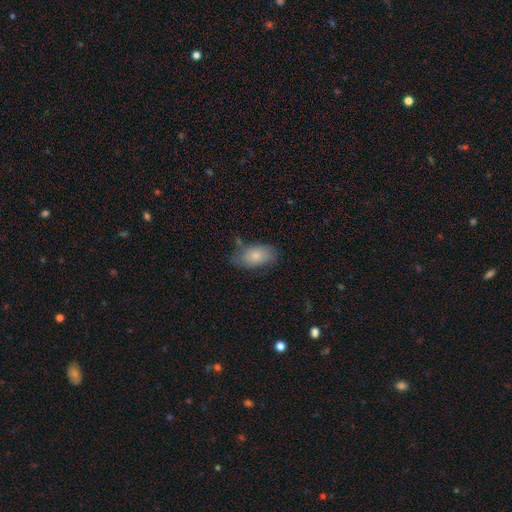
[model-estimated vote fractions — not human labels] A smooth galaxy with no disk features (78%) that is in between round and cigar-shaped (92%).

Vote fractions:
- Smooth or featured? smooth: 78% / featured or disk: 15% / star or artifact: 7%
- How rounded? in between: 92% / round: 5% / cigar-shaped: 3%
- Merging? none: 60% / minor disturbance: 28% / major disturbance: 7% / merger: 5%